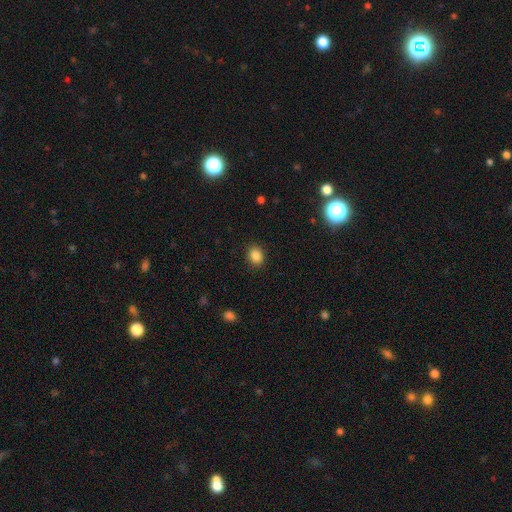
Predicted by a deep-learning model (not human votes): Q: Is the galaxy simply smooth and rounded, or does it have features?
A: smooth — 86%.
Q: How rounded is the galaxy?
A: round — 55%.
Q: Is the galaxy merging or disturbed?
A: none — 89%.